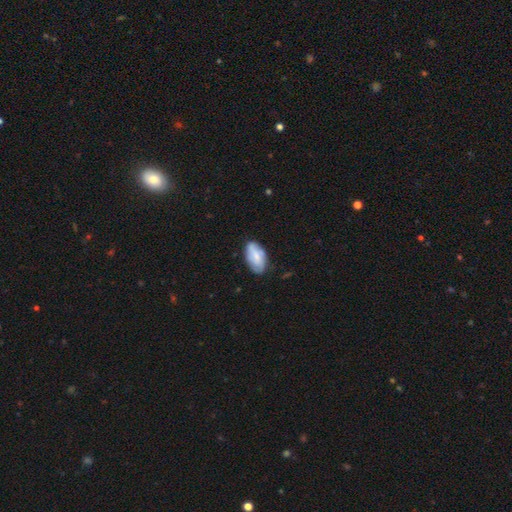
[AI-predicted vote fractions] The model was most divided on "smooth or featured": smooth: 62%, featured or disk: 32%, star or artifact: 7%. More confident: how rounded — in between (93%); merging — none (72%).